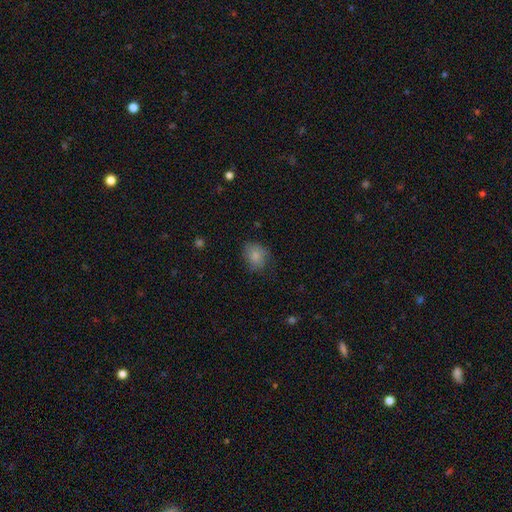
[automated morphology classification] This appears to be a smooth galaxy with no disk features (80%) that is round (53%). Merging: none (65%).